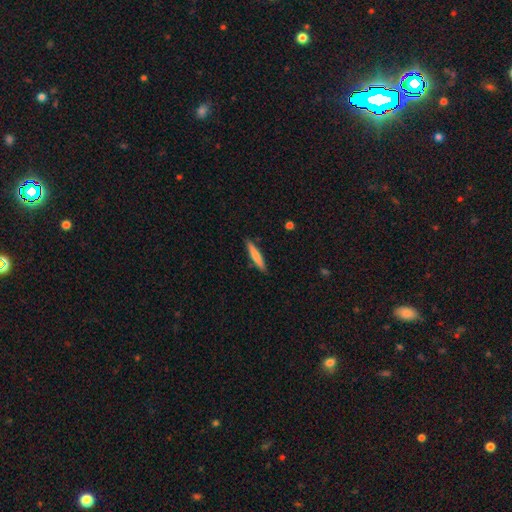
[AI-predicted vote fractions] This is likely a smooth galaxy (73%). How rounded: clearly cigar-shaped (92%). Merging: clearly none (89%).